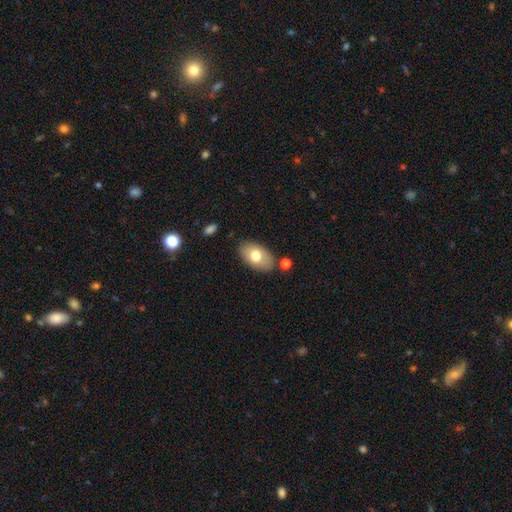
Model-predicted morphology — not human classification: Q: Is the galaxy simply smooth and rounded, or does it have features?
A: smooth — 72%.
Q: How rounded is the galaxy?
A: in between — 92%.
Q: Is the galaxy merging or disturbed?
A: none — 81%.